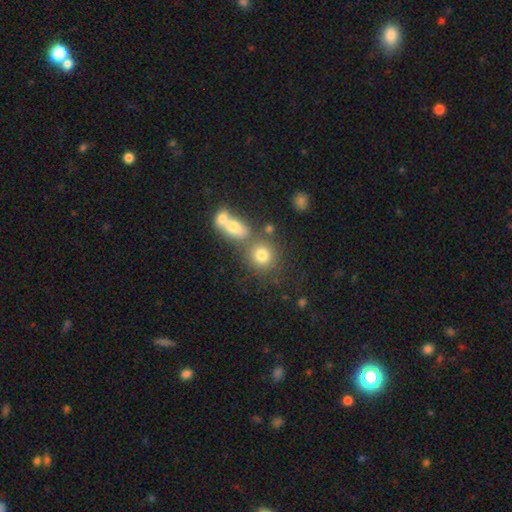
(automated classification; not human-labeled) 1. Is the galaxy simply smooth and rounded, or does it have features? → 61% smooth, 24% star or artifact, 15% featured or disk.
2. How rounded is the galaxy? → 81% round, 16% in between, 2% cigar-shaped.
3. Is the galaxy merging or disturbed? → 47% merger, 43% none, 7% minor disturbance, 4% major disturbance.